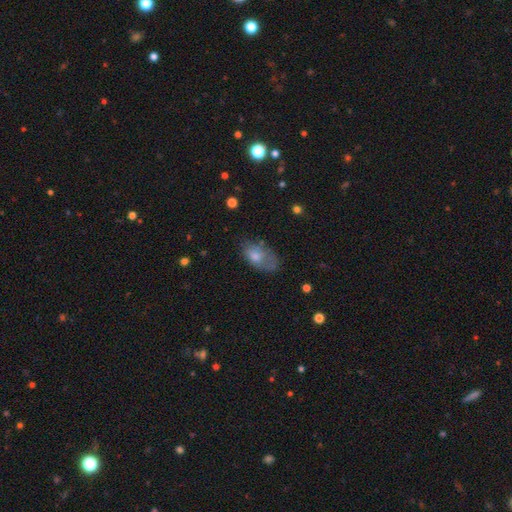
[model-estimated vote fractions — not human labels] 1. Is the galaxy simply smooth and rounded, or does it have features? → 63% smooth, 25% featured or disk, 11% star or artifact.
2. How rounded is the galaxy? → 90% in between, 7% round, 3% cigar-shaped.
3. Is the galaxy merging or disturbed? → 51% none, 30% minor disturbance, 16% major disturbance, 3% merger.